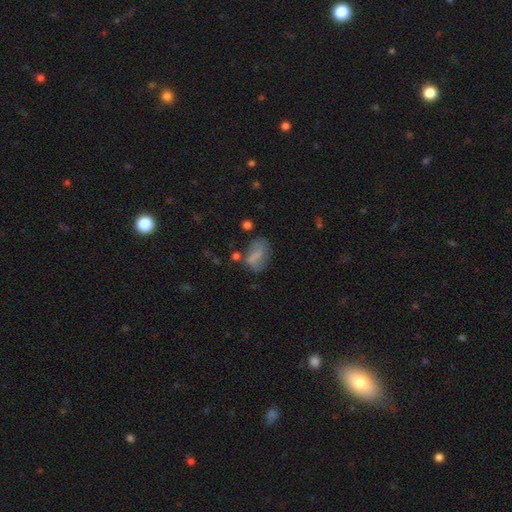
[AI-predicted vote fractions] smooth-or-featured: smooth: 67% | featured or disk: 21% | star or artifact: 12%
  how-rounded: in between: 83% | round: 13% | cigar-shaped: 5%
  merging: none: 50% | minor disturbance: 26% | major disturbance: 16% | merger: 8%